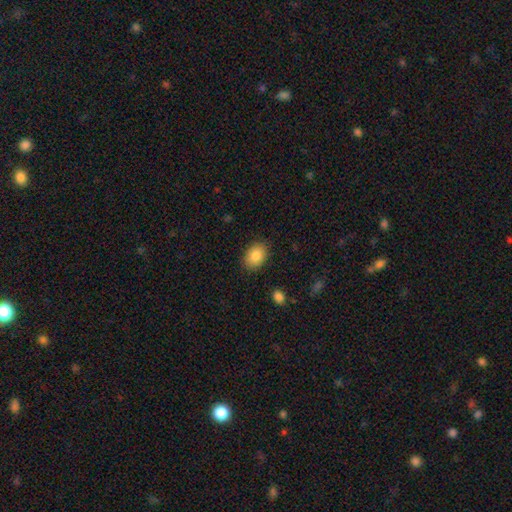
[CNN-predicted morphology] This appears to be a smooth galaxy with no disk features (86%) that is in between round and cigar-shaped (75%). Merging: none (86%).